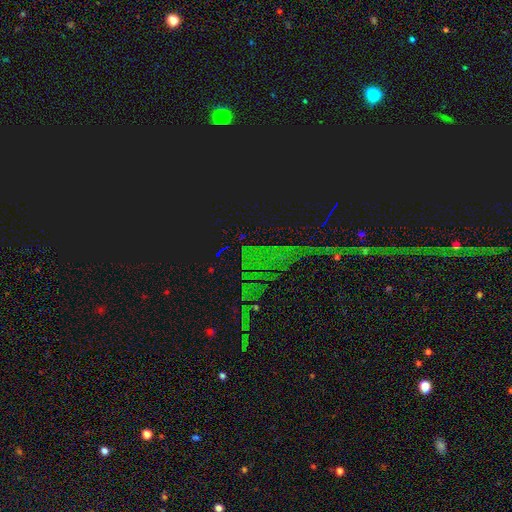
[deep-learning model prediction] This appears to be a star or artifact, not a galaxy (85%).